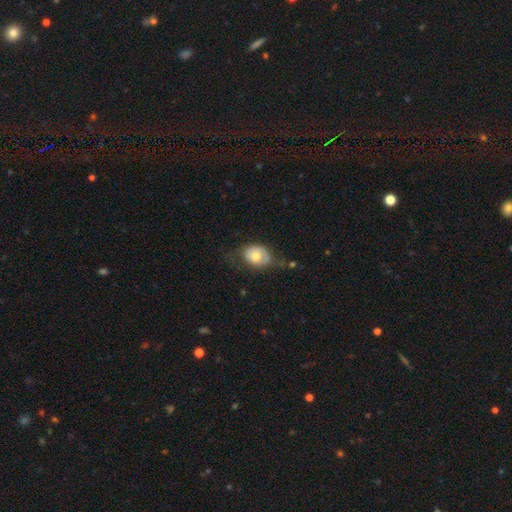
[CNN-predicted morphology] Smooth or featured? Predicted: smooth (p=0.66). How rounded? Predicted: in between (p=0.66). Merging? Predicted: none (p=0.45).